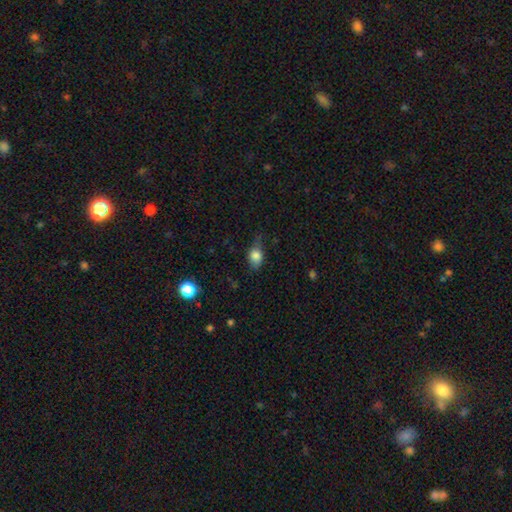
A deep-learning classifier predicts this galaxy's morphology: Smooth or featured: smooth — 78% (featured or disk — 13%)
How rounded: in between — 68% (round — 28%)
Merging: none — 53% (minor disturbance — 33%)